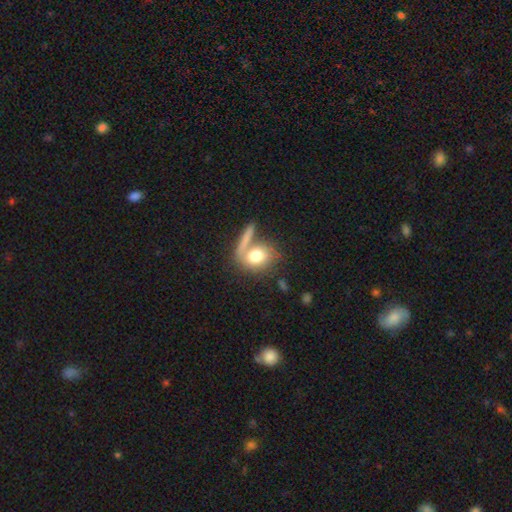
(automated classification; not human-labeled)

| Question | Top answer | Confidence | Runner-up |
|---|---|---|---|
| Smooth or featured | smooth | 71% | featured or disk (22%) |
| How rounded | round | 56% | in between (39%) |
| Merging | none | 46% | merger (31%) |